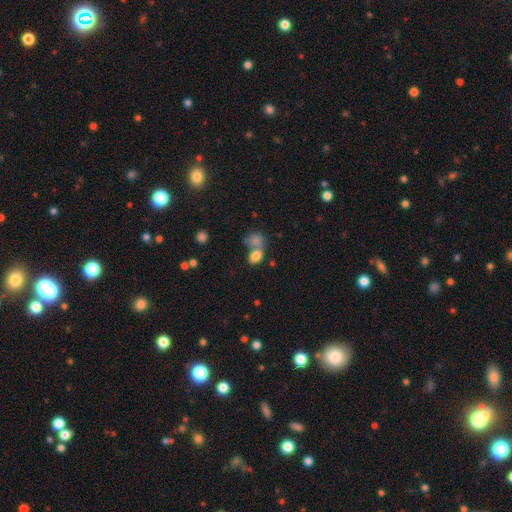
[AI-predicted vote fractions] smooth_or_featured: smooth (p=0.81) [alt: star or artifact p=0.11]
how_rounded: in between (p=0.66) [alt: round p=0.33]
merging: merger (p=0.53) [alt: none p=0.32]